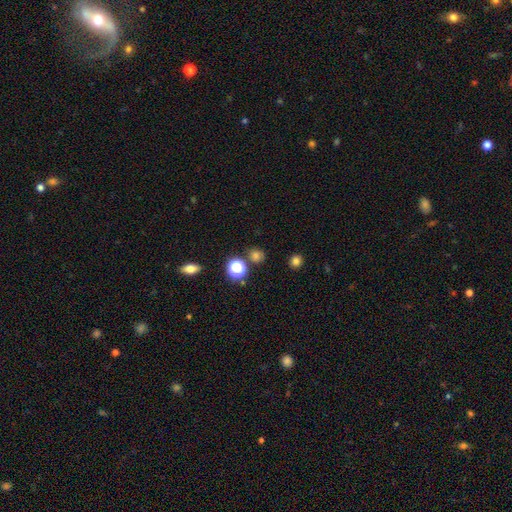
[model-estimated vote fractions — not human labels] Smooth or featured: smooth — 67% (star or artifact — 27%)
How rounded: round — 82% (in between — 17%)
Merging: none — 81% (minor disturbance — 9%)